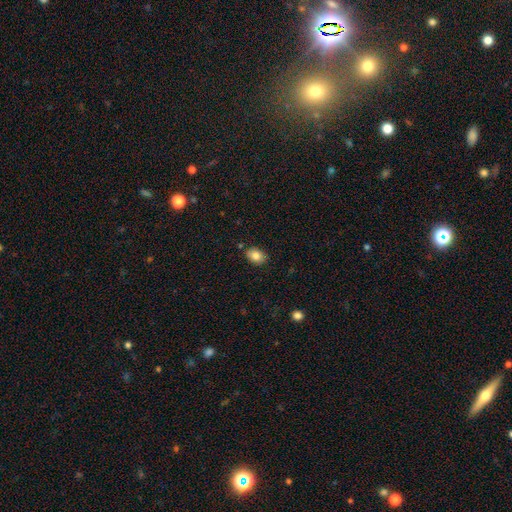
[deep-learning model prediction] This appears to be a smooth galaxy with no disk features (83%) that is in between round and cigar-shaped (75%). Merging: none (83%).